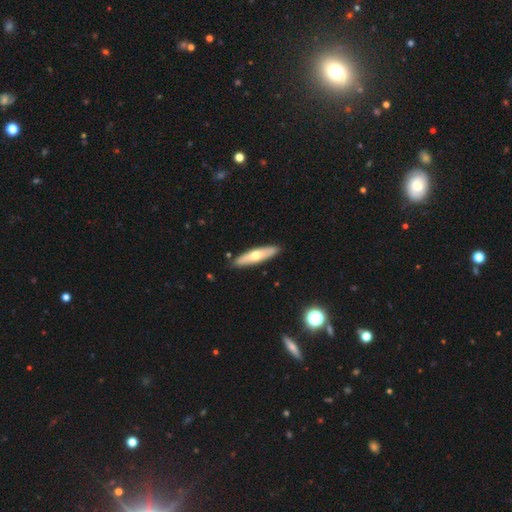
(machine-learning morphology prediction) Smooth or featured: smooth — 54% (featured or disk — 41%)
How rounded: cigar-shaped — 69% (in between — 29%)
Merging: none — 89% (minor disturbance — 8%)